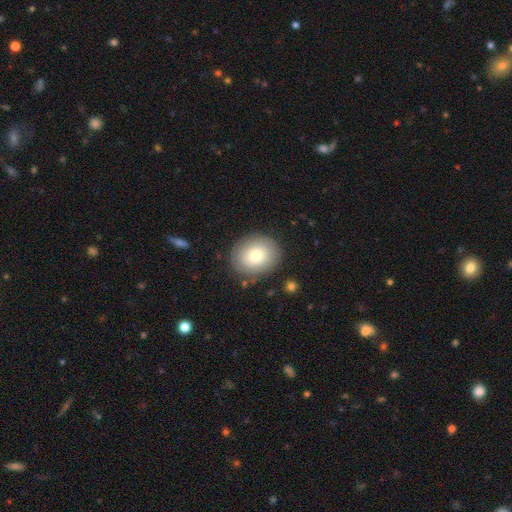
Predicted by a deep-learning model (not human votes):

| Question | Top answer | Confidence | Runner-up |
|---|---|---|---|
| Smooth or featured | smooth | 76% | featured or disk (16%) |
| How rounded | round | 64% | in between (36%) |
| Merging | none | 85% | minor disturbance (11%) |